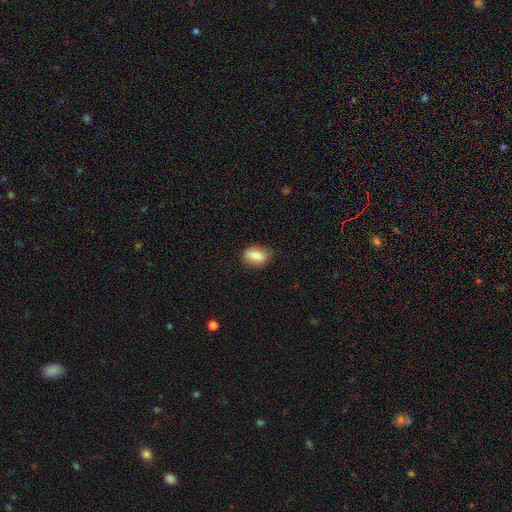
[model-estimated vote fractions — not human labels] smooth-or-featured: smooth: 81% | featured or disk: 11% | star or artifact: 8%
  how-rounded: in between: 80% | round: 15% | cigar-shaped: 5%
  merging: none: 73% | minor disturbance: 21% | major disturbance: 4% | merger: 1%